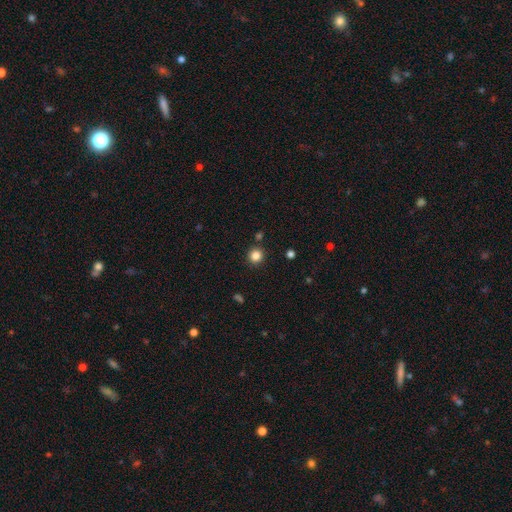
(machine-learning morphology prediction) This is clearly a smooth galaxy (83%). How rounded: clearly round (93%). Merging: clearly none (89%).